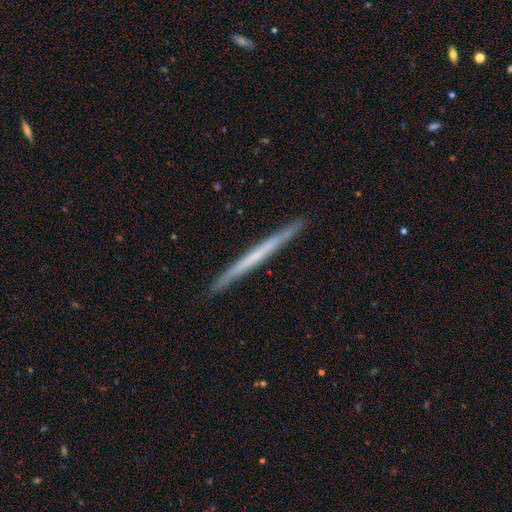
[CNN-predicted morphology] smooth_or_featured: featured or disk (p=0.53) [alt: smooth p=0.41]
disk_edge_on: yes (p=0.97) [alt: no p=0.03]
edge_on_bulge: none (p=0.90) [alt: rounded p=0.06]
merging: none (p=0.92) [alt: minor disturbance p=0.06]